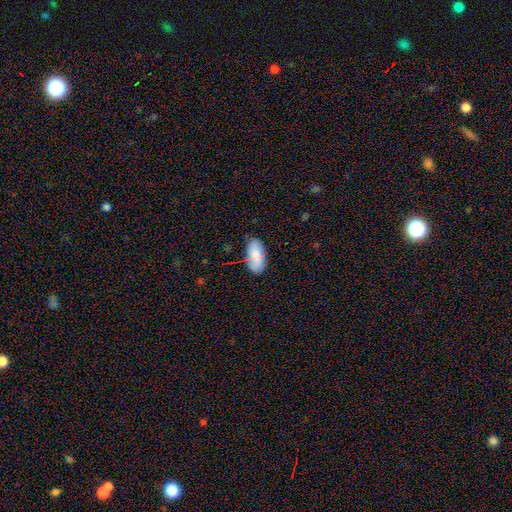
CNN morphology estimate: This is likely a smooth galaxy (76%). How rounded: clearly in between (92%). Merging: likely none (71%).